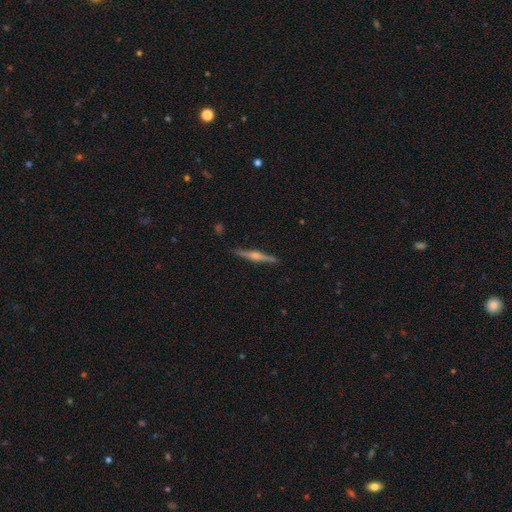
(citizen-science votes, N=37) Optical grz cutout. It shows a featured or disk galaxy (92%) viewed edge-on (100%) with a rounded central bulge (97%). Merging: none (91%).